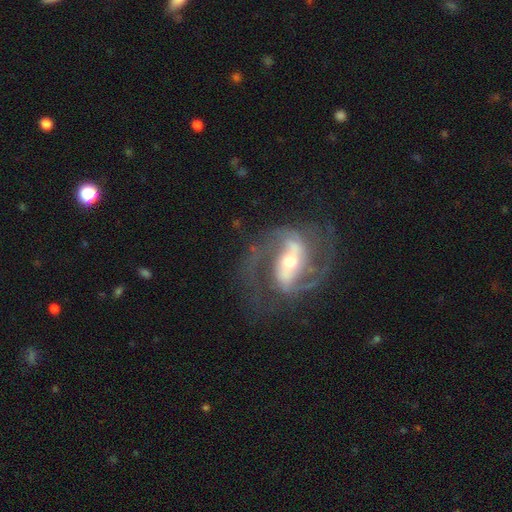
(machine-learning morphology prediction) featured or disk 89%, star or artifact 6%, smooth 6%. Down the decision tree: edge-on disk — no (96%); bar — strong (50%); spiral arms — yes (96%); spiral arm count — 2 (90%); spiral winding — medium (55%); bulge size — moderate (52%); merging — none (75%).